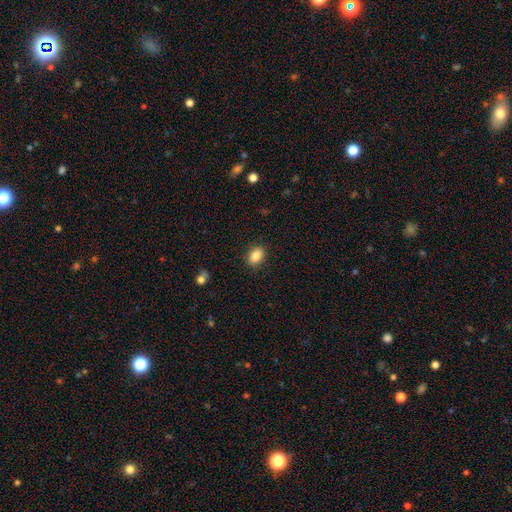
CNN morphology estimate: type=smooth (87%); roundness=in between (76%); merging=none (88%).